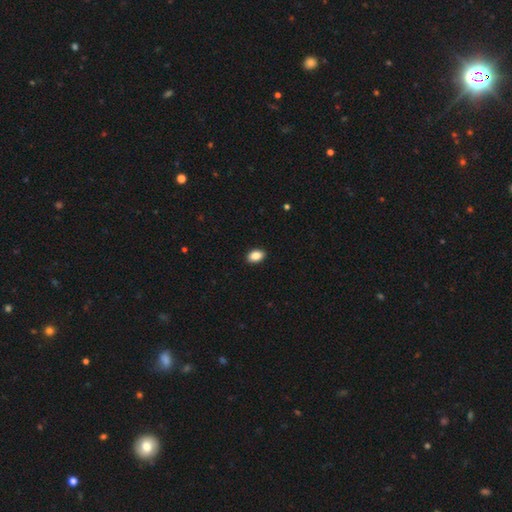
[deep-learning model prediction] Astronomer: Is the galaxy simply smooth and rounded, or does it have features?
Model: smooth — 88%.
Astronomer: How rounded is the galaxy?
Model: in between — 87%.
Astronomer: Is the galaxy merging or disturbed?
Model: none — 91%.